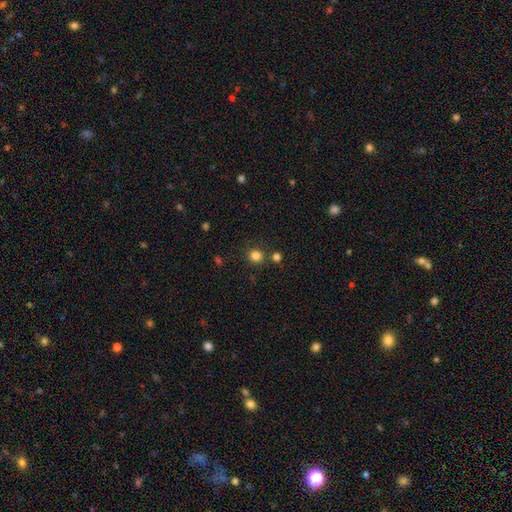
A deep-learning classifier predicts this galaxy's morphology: smooth-or-featured: smooth: 82% | star or artifact: 14% | featured or disk: 5%
  how-rounded: round: 90% | in between: 9% | cigar-shaped: 1%
  merging: none: 81% | merger: 8% | minor disturbance: 8% | major disturbance: 3%